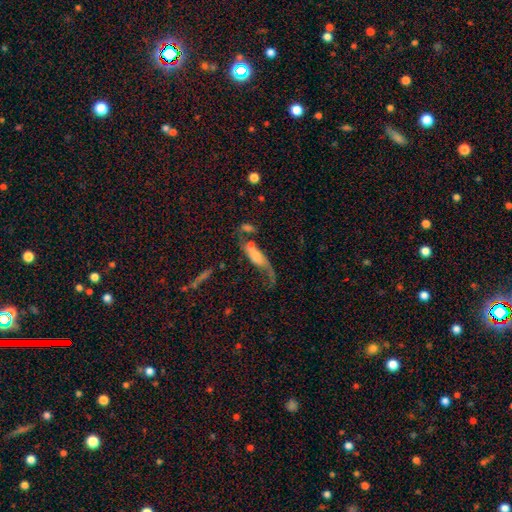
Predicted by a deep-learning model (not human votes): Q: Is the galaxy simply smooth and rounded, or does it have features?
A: featured or disk — 55%.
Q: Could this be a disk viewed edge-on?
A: no — 82%.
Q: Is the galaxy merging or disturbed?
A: major disturbance — 28%, tied with merger.